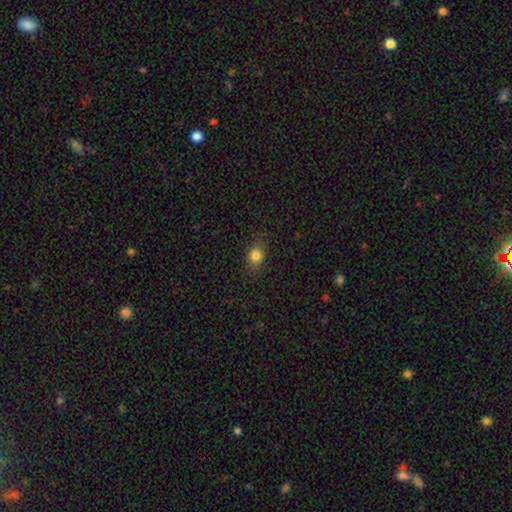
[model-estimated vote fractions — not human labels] Q: Smooth or featured?
A: smooth (82%); runner-up: star or artifact (12%)
Q: How rounded?
A: round (58%); runner-up: in between (40%)
Q: Merging?
A: none (84%); runner-up: minor disturbance (12%)